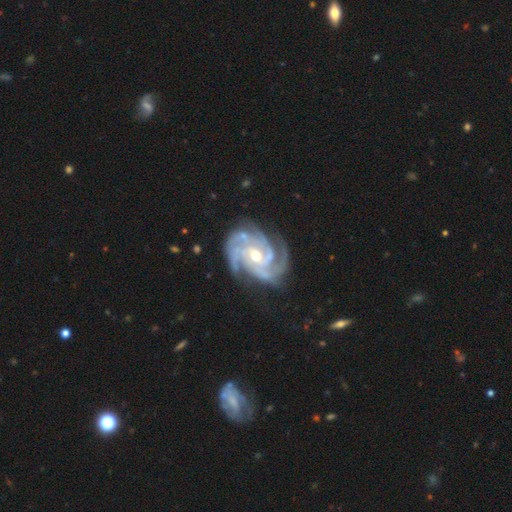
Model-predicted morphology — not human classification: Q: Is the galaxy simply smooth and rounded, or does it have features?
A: featured or disk — 93%.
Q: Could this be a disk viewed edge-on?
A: no — 98%.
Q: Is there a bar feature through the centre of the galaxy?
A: no — 54%.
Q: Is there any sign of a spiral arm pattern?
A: yes — 99%.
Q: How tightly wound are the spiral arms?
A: tight — 64%.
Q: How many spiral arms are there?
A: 3 — 39%.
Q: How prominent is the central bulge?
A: moderate — 56%.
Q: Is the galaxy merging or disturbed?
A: none — 74%.